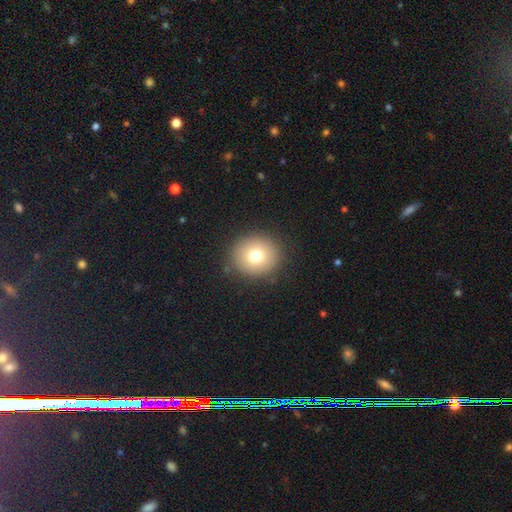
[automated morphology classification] Smooth or featured? Predicted: smooth (p=0.75). How rounded? Predicted: round (p=0.87). Merging? Predicted: none (p=0.89).